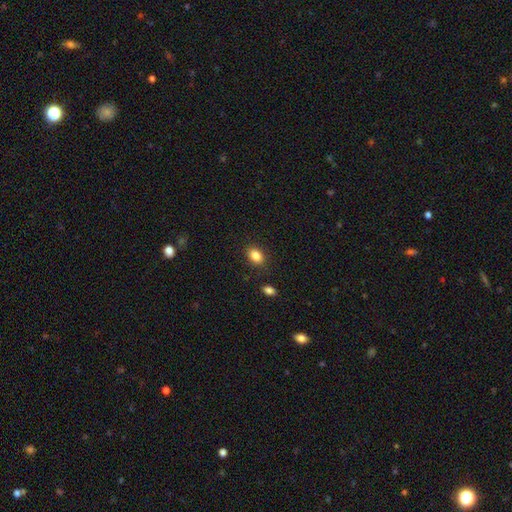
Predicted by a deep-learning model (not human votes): smooth 85%, star or artifact 9%, featured or disk 6%. Down the decision tree: how rounded — in between (78%); merging — none (86%).